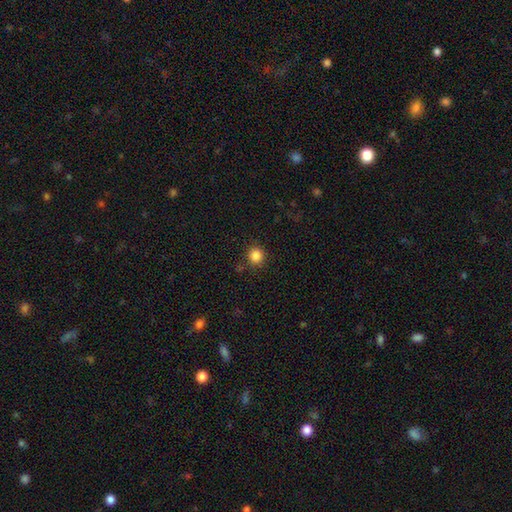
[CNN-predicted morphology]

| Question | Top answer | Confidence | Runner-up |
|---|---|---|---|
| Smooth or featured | smooth | 86% | star or artifact (11%) |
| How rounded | round | 90% | in between (9%) |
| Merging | none | 86% | minor disturbance (8%) |